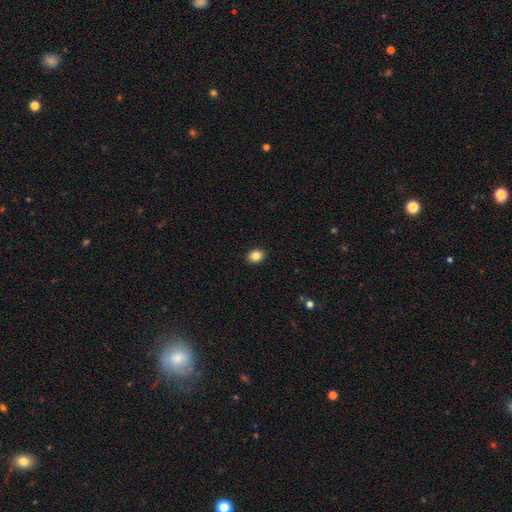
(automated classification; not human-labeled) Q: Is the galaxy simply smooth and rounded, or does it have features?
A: smooth — 85%.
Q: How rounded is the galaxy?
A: in between — 51%.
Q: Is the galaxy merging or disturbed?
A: none — 91%.